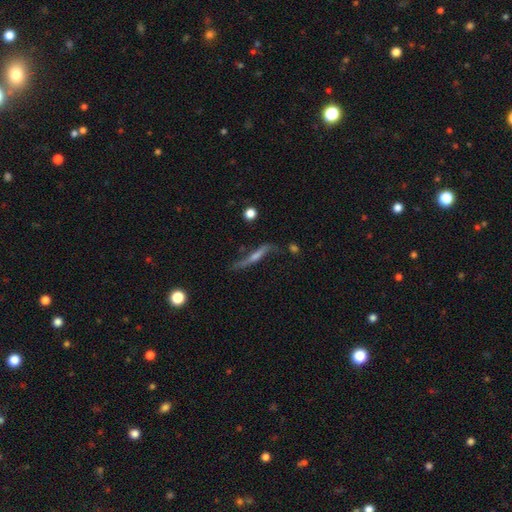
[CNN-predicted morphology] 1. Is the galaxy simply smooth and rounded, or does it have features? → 69% featured or disk, 22% smooth, 9% star or artifact.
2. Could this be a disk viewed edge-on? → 75% yes, 25% no.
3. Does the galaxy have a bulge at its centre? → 58% rounded, 28% none, 14% boxy.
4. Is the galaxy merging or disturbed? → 61% none, 23% minor disturbance, 11% major disturbance, 5% merger.